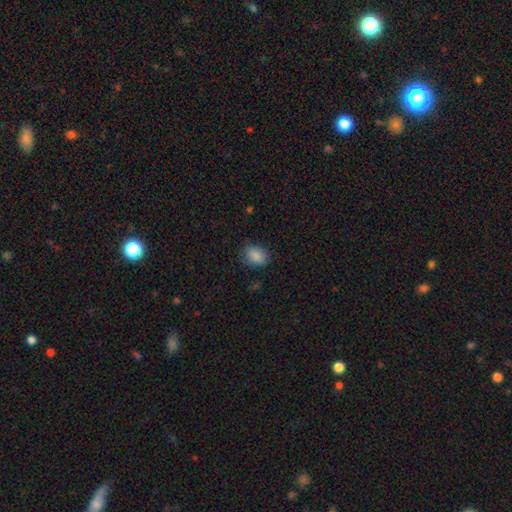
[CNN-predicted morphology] type=smooth (87%); roundness=in between (68%); merging=none (74%).